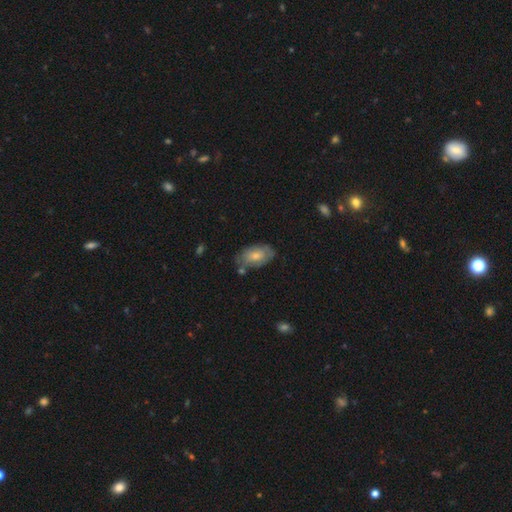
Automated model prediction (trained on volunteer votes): This appears to be a smooth galaxy with no disk features (68%) that is in between round and cigar-shaped (92%). Merging: none (63%).